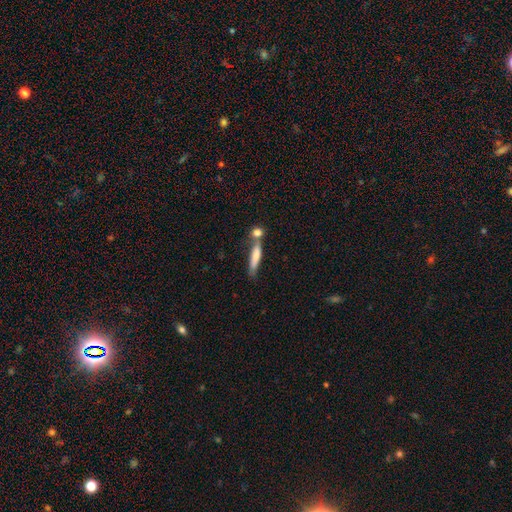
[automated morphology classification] Smooth or featured?
  - smooth: 71% *
  - featured or disk: 22%
  - star or artifact: 7%
How rounded?
  - cigar-shaped: 82% *
  - in between: 15%
  - round: 3%
Merging?
  - none: 51% *
  - merger: 29%
  - minor disturbance: 15%
  - major disturbance: 6%